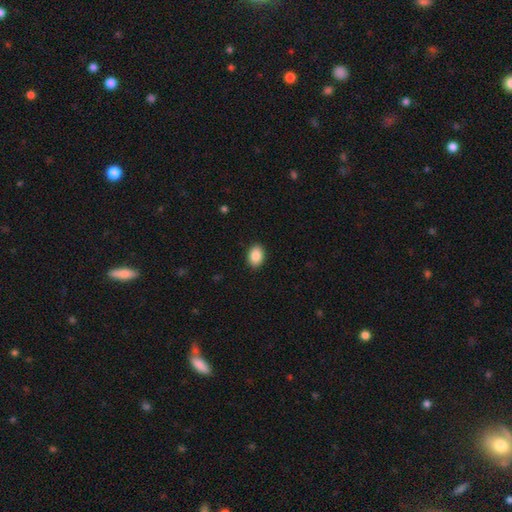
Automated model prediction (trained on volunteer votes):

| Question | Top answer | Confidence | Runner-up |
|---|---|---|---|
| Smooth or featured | smooth | 89% | star or artifact (7%) |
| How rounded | in between | 83% | round (16%) |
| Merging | none | 91% | minor disturbance (7%) |